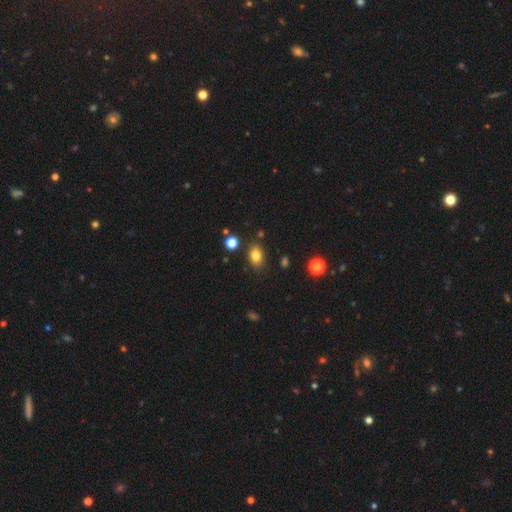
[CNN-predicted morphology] A smooth galaxy with no disk features (81%) that is in between round and cigar-shaped (75%). Merging: none (83%).